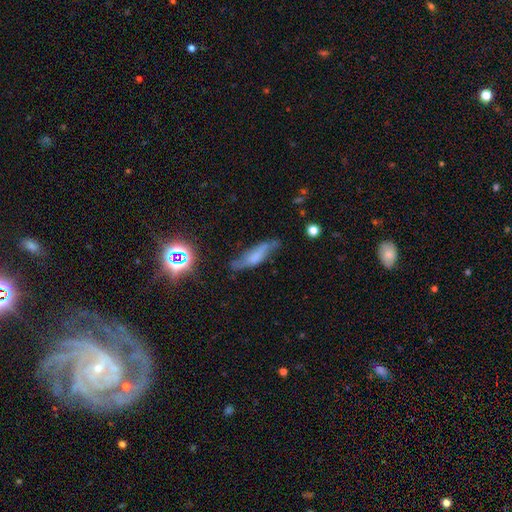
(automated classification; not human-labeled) This appears to be a smooth galaxy with no disk features (48%). Merging: none (53%).